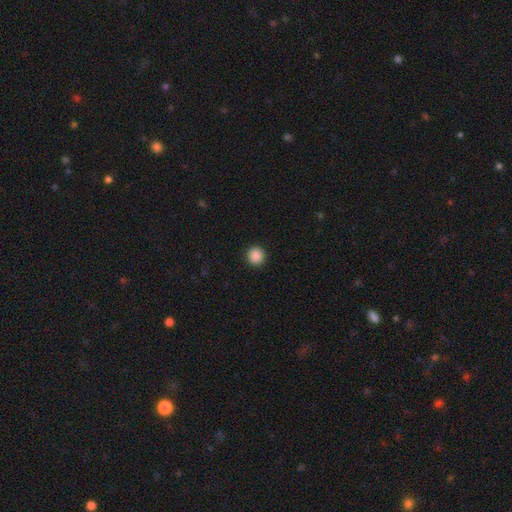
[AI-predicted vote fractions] Smooth or featured? Predicted: smooth (p=0.88). How rounded? Predicted: round (p=0.93). Merging? Predicted: none (p=0.93).